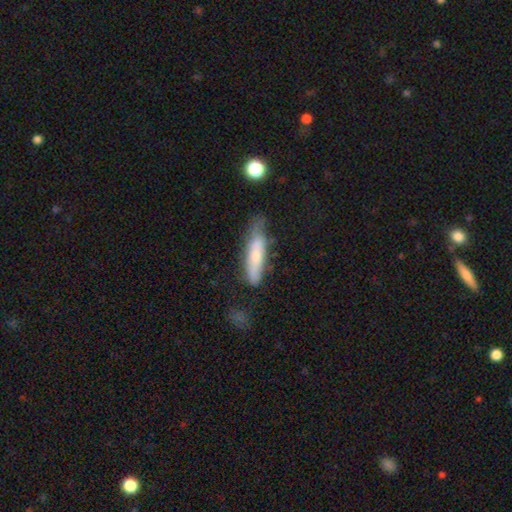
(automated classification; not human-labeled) This appears to be a smooth galaxy with no disk features (68%) that is cigar-shaped (75%). Merging: none (54%).